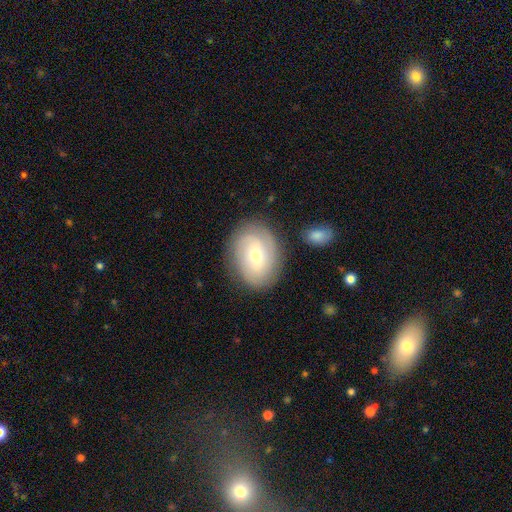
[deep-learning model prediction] This appears to be a featured or disk galaxy (59%) with no bar (58%), spiral arms (82%) and a moderate central bulge (53%). Merging: none (80%).